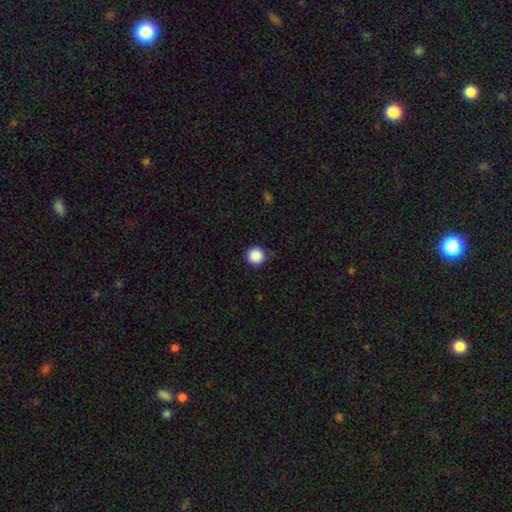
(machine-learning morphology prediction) Smooth or featured: smooth — 88% (star or artifact — 9%)
How rounded: round — 96% (in between — 3%)
Merging: none — 89% (minor disturbance — 8%)